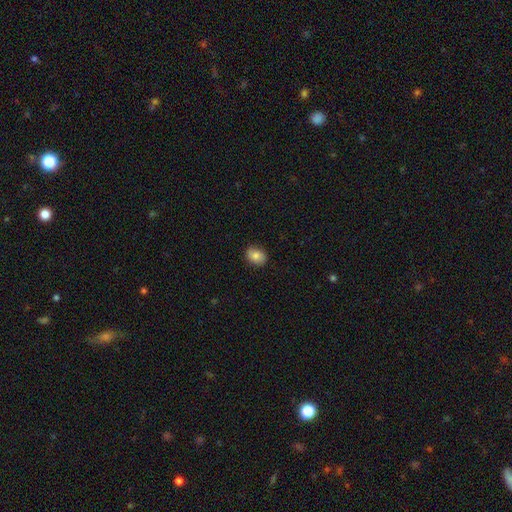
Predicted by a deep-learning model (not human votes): Smooth or featured? Predicted: smooth (p=0.80). How rounded? Predicted: in between (p=0.56). Merging? Predicted: none (p=0.85).